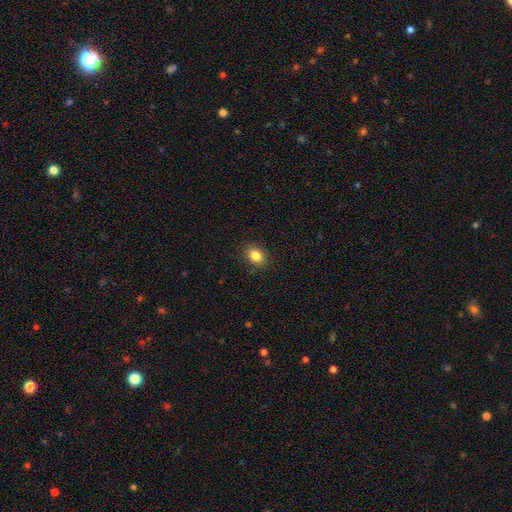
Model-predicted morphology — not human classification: Smooth or featured: smooth — 84% (star or artifact — 10%)
How rounded: in between — 61% (round — 38%)
Merging: none — 88% (minor disturbance — 9%)